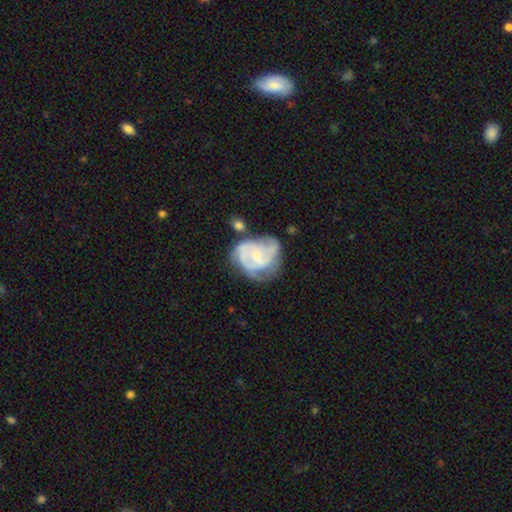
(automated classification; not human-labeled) Smooth or featured: featured or disk — 74% (smooth — 20%)
Edge-on disk: no — 98% (yes — 2%)
Bar: no — 61% (weak — 33%)
Spiral arms: yes — 83% (no — 17%)
Spiral winding: tight — 43% (medium — 41%)
Spiral arm count: 2 — 33% (can't tell — 29%)
Bulge size: small — 60% (moderate — 23%)
Merging: none — 38% (minor disturbance — 28%)